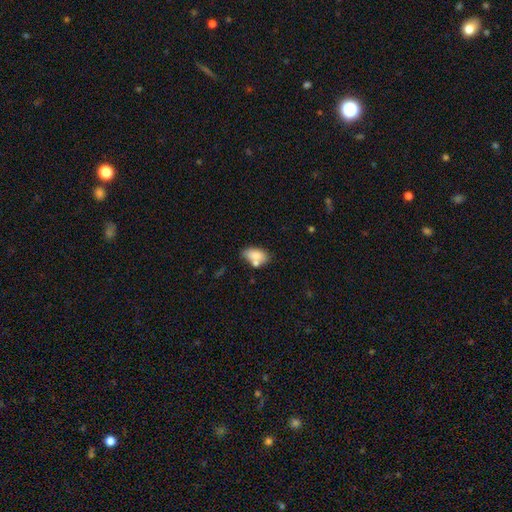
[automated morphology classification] This appears to be a smooth galaxy with no disk features (80%) that is in between round and cigar-shaped (90%). Merging: none (56%).